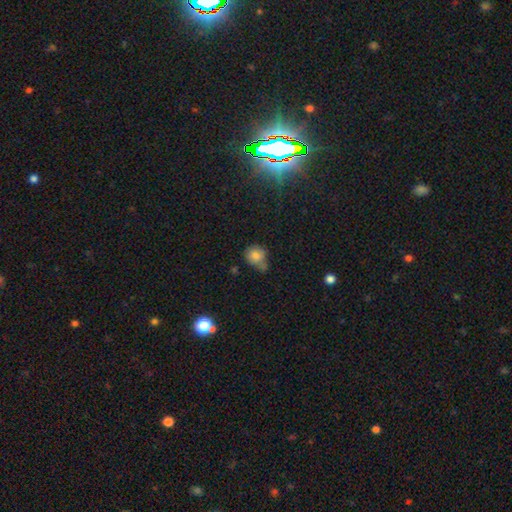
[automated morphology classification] type=smooth (79%); roundness=round (70%); merging=none (41%).